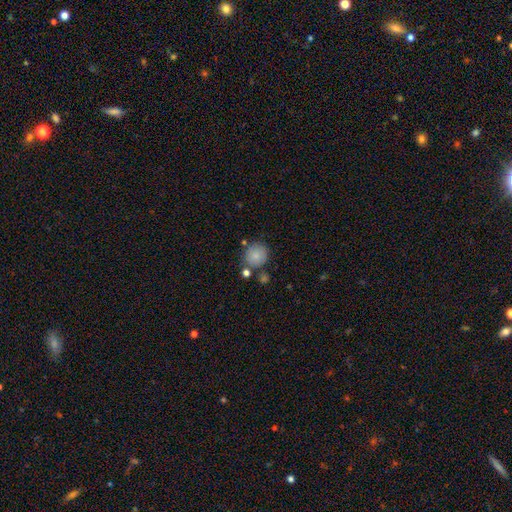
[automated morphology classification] Smooth or featured? Predicted: smooth (p=0.84). How rounded? Predicted: round (p=0.89). Merging? Predicted: none (p=0.75).